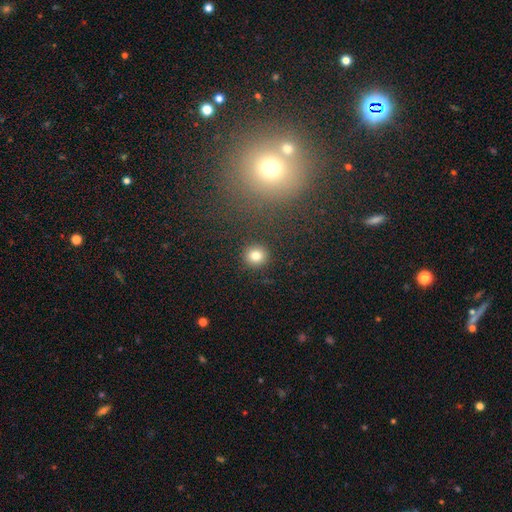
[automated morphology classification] Overall: smooth (81%). How rounded: round (91%). Merging: none (91%).